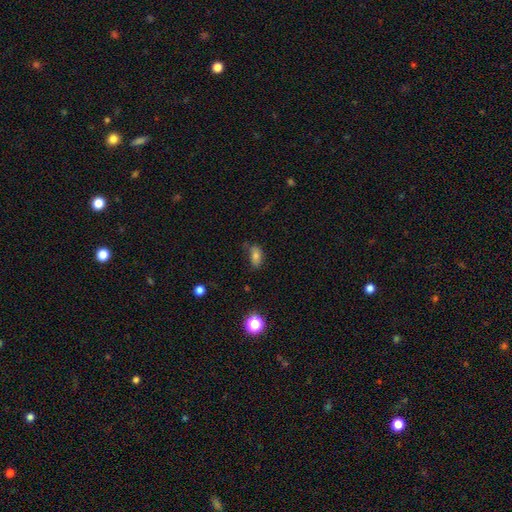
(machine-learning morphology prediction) Smooth or featured?
  - smooth: 76% *
  - star or artifact: 13%
  - featured or disk: 11%
How rounded?
  - in between: 86% *
  - round: 9%
  - cigar-shaped: 5%
Merging?
  - none: 60% *
  - minor disturbance: 28%
  - major disturbance: 8%
  - merger: 4%